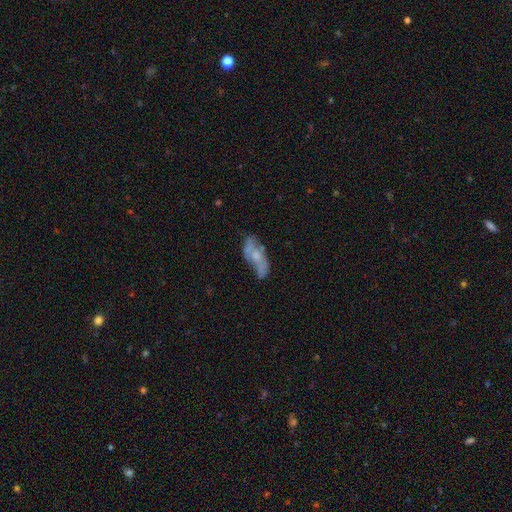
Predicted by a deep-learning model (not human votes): This is possibly a featured or disk galaxy (53%). It is clearly not viewed edge-on (83%). Merging: possibly none (50%).